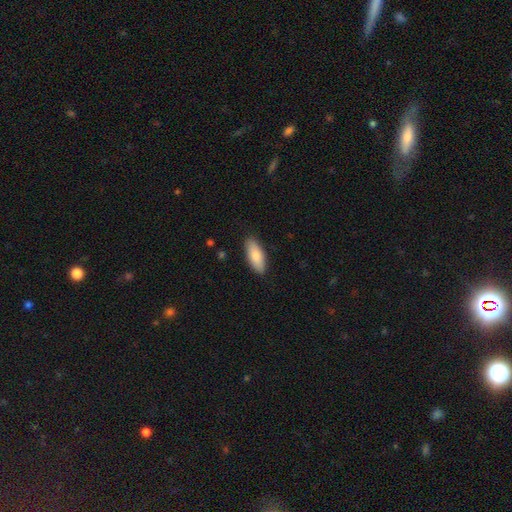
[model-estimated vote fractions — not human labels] Q: Smooth or featured?
A: smooth (82%); runner-up: featured or disk (13%)
Q: How rounded?
A: in between (79%); runner-up: cigar-shaped (19%)
Q: Merging?
A: none (88%); runner-up: minor disturbance (9%)